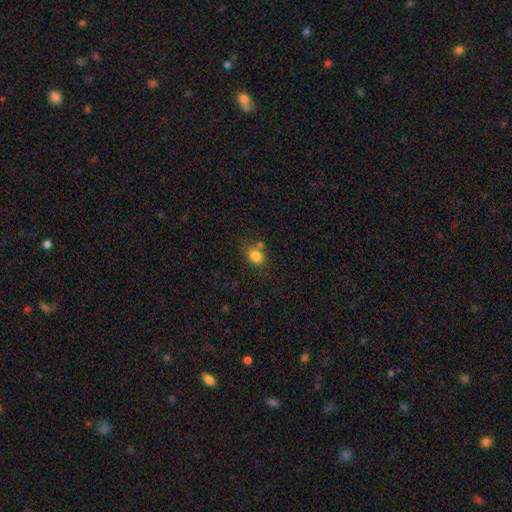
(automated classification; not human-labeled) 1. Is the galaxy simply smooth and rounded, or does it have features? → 83% smooth, 11% star or artifact, 6% featured or disk.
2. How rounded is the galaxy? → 52% round, 46% in between, 1% cigar-shaped.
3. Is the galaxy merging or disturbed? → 63% none, 17% merger, 15% minor disturbance, 5% major disturbance.